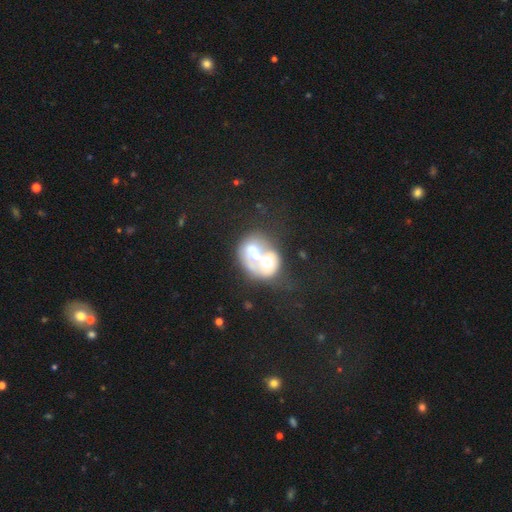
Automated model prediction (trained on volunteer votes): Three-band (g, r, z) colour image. It shows a featured or disk galaxy (50%). Merging: merger (83%).